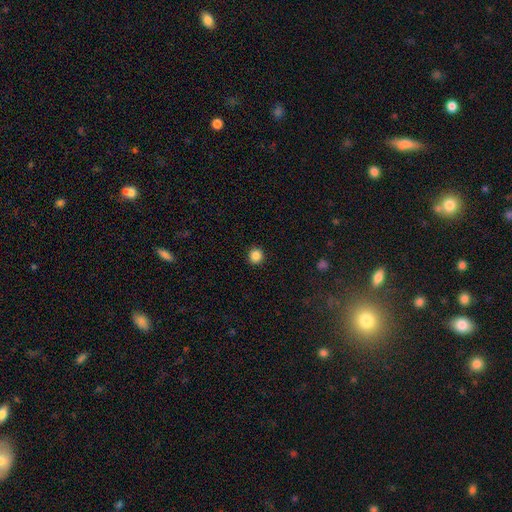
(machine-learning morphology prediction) The model was most divided on "smooth or featured": smooth: 86%, star or artifact: 11%, featured or disk: 3%. More confident: how rounded — round (93%); merging — none (93%).